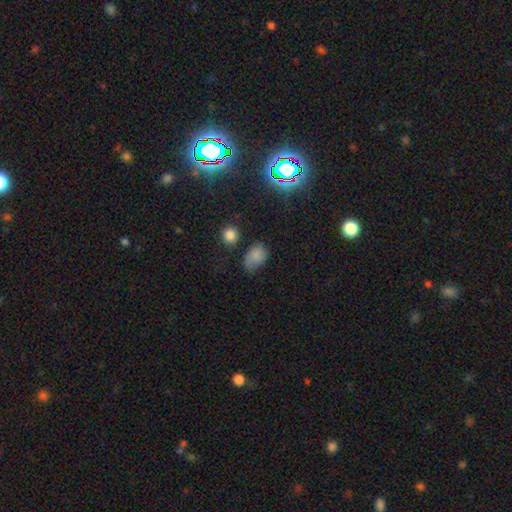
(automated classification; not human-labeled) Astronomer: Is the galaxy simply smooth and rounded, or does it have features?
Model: smooth — 77%.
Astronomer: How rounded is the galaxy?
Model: in between — 84%.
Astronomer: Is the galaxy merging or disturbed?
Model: none — 54% (runner-up: minor disturbance, 32%).